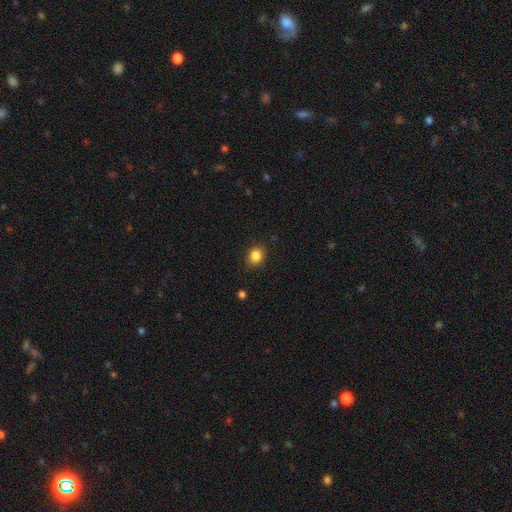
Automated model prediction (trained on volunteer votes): smooth-or-featured: smooth: 85% | star or artifact: 10% | featured or disk: 4%
  how-rounded: round: 60% | in between: 39% | cigar-shaped: 1%
  merging: none: 85% | minor disturbance: 11% | major disturbance: 3% | merger: 1%